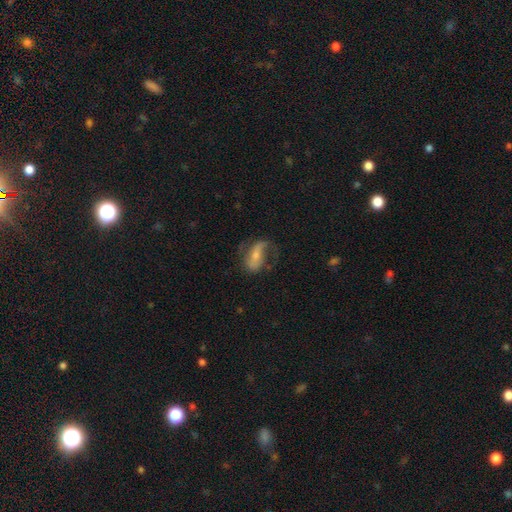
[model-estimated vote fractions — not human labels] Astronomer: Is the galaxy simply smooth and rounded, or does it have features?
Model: featured or disk — 64%.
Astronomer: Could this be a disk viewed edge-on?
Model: no — 94%.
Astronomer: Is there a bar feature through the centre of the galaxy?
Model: weak — 34%, tied with no at 34%.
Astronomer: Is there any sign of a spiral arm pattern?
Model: yes — 84%.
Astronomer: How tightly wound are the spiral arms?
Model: loose — 48% (runner-up: medium, 38%).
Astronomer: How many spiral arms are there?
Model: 2 — 69%.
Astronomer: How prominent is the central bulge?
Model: small — 45% (runner-up: moderate, 42%).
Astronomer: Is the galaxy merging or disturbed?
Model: none — 49% (runner-up: major disturbance, 26%).